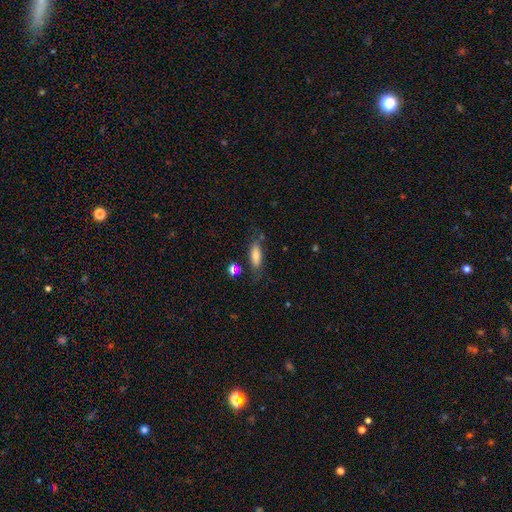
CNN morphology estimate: smooth-or-featured: smooth: 76% | featured or disk: 16% | star or artifact: 8%
  how-rounded: in between: 64% | cigar-shaped: 33% | round: 3%
  merging: none: 65% | minor disturbance: 21% | major disturbance: 8% | merger: 6%